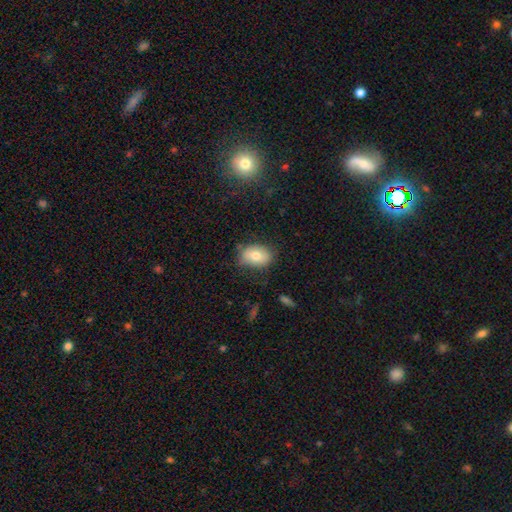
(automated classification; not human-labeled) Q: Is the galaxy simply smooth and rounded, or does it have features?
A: smooth — 75%.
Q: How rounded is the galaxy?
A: in between — 80%.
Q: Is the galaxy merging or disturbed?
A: none — 72%.